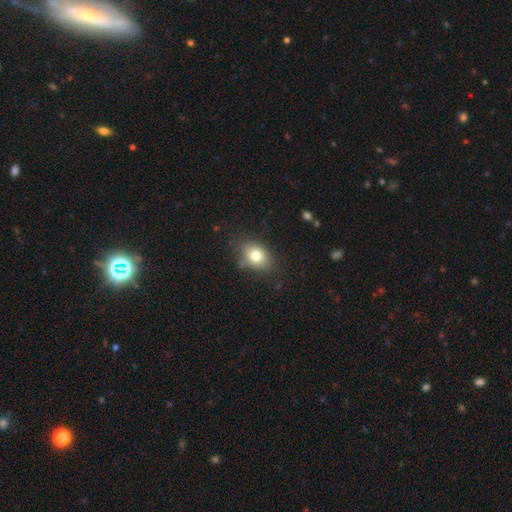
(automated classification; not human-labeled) This appears to be a smooth galaxy with no disk features (77%) that is in between round and cigar-shaped (66%). Merging: none (77%).